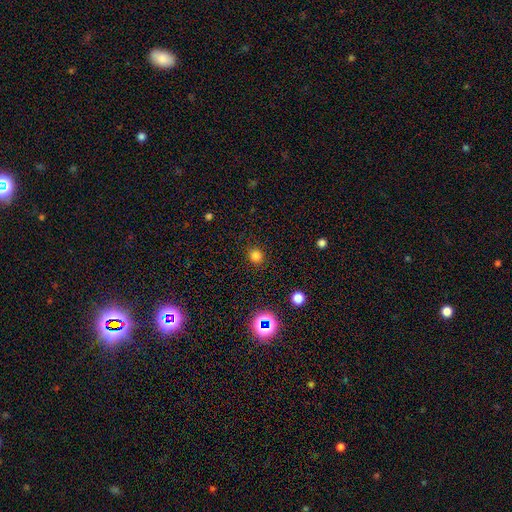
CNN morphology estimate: Smooth or featured? smooth (78%)
How rounded? round (85%)
Merging? none (89%)